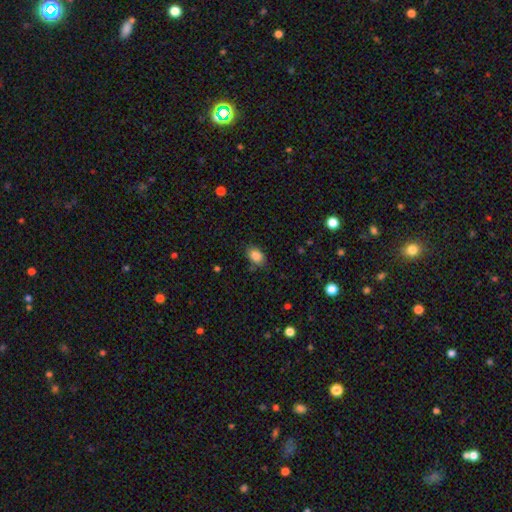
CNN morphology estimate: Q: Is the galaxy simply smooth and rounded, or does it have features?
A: smooth — 87%.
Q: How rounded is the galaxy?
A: in between — 81%.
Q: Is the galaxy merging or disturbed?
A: none — 81%.